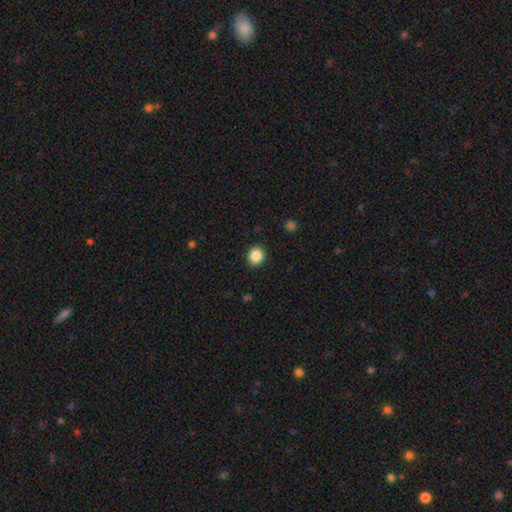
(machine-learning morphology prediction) smooth 87%, star or artifact 9%, featured or disk 4%. Down the decision tree: how rounded — round (70%); merging — none (90%).